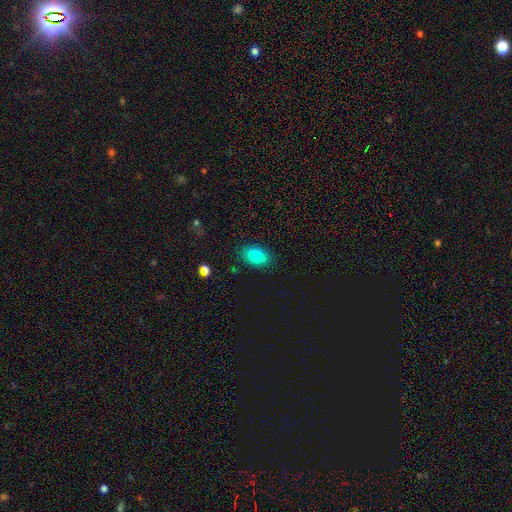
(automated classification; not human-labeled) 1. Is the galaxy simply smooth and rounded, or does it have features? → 85% smooth, 8% star or artifact, 6% featured or disk.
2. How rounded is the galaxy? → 89% in between, 10% round, 2% cigar-shaped.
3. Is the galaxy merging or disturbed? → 85% none, 11% minor disturbance, 3% major disturbance, 1% merger.